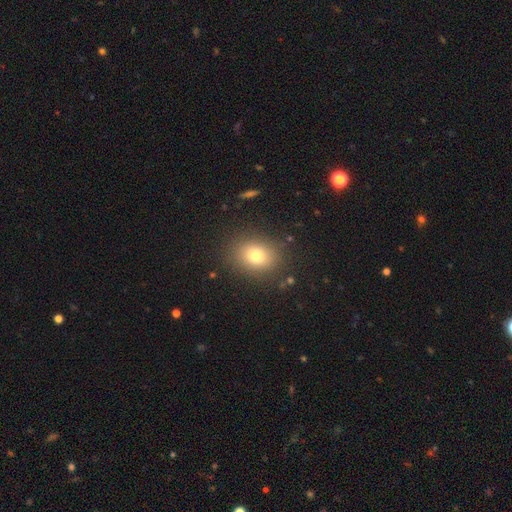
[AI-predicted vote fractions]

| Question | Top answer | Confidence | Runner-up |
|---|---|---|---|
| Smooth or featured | smooth | 76% | star or artifact (13%) |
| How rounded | round | 53% | in between (46%) |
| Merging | none | 85% | minor disturbance (9%) |